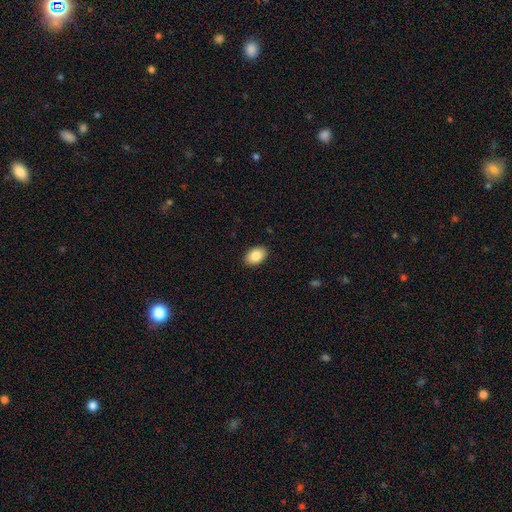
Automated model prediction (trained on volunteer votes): The model was most divided on "how rounded": in between: 88%, round: 11%, cigar-shaped: 1%. More confident: merging — none (90%); smooth or featured — smooth (86%).